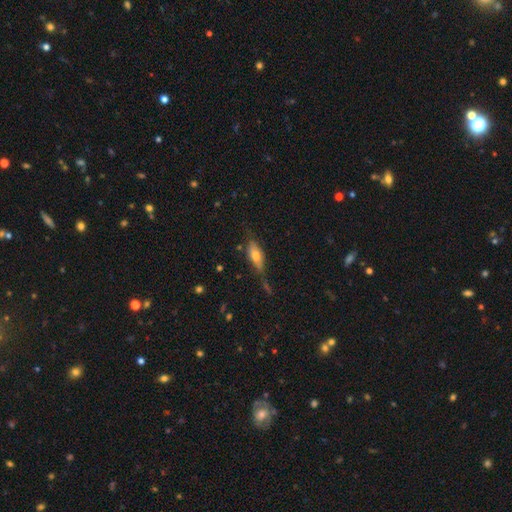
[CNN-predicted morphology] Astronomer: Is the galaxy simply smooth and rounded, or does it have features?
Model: smooth — 56% (runner-up: featured or disk, 37%).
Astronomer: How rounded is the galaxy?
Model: in between — 64%.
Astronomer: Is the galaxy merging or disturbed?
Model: none — 61%.